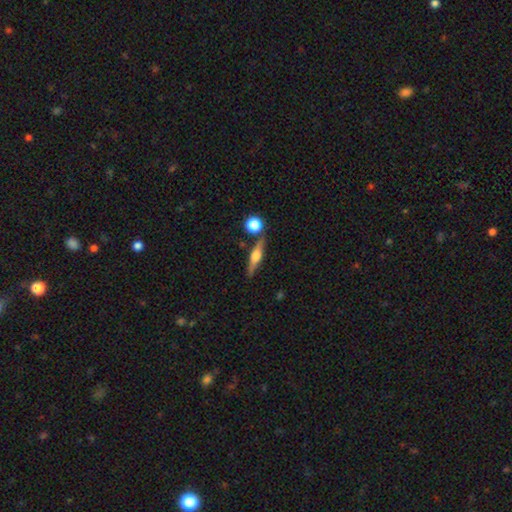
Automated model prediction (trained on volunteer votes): A featured or disk galaxy (62%) viewed edge-on (95%) with a rounded central bulge (88%).

Vote fractions:
- Smooth or featured? featured or disk: 62% / smooth: 30% / star or artifact: 8%
- Edge-on disk? yes: 95% / no: 5%
- Edge-on bulge? rounded: 88% / boxy: 9% / none: 3%
- Merging? none: 79% / minor disturbance: 10% / merger: 8% / major disturbance: 3%